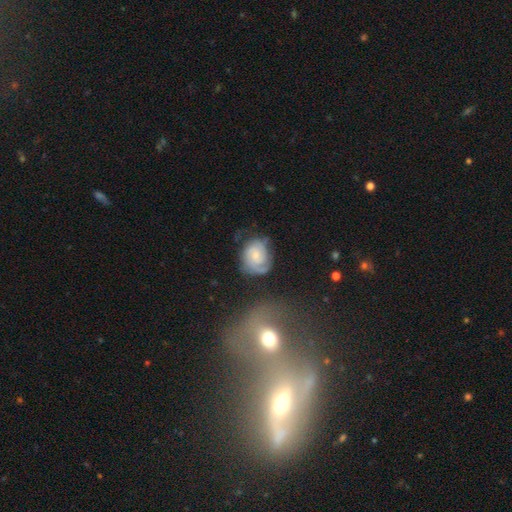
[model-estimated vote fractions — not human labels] Smooth or featured?
  - featured or disk: 65% *
  - smooth: 28%
  - star or artifact: 7%
Edge-on disk?
  - no: 98% *
  - yes: 2%
Bar?
  - no: 72% *
  - weak: 25%
  - strong: 3%
Spiral arms?
  - yes: 90% *
  - no: 10%
Spiral winding?
  - tight: 55% *
  - medium: 34%
  - loose: 12%
Spiral arm count?
  - 2: 40% *
  - can't tell: 26%
  - 1: 14%
  - 3: 14%
  - 4: 3%
  - more than 4: 3%
Bulge size?
  - small: 57% *
  - moderate: 31%
  - none: 8%
  - large: 3%
  - dominant: 1%
Merging?
  - none: 55% *
  - minor disturbance: 26%
  - major disturbance: 15%
  - merger: 4%